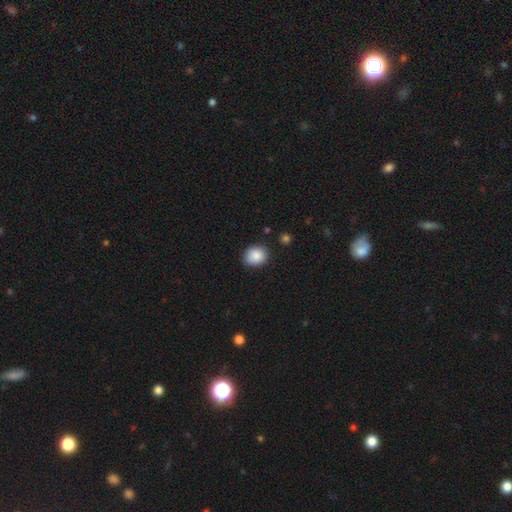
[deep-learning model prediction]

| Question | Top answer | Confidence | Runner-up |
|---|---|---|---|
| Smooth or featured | smooth | 87% | star or artifact (8%) |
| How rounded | round | 59% | in between (40%) |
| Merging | none | 78% | minor disturbance (17%) |